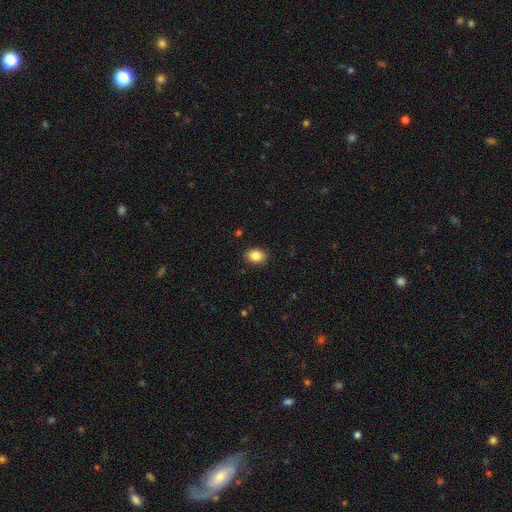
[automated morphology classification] The model was most divided on "how rounded": in between: 71%, round: 28%, cigar-shaped: 1%. More confident: merging — none (89%); smooth or featured — smooth (86%).